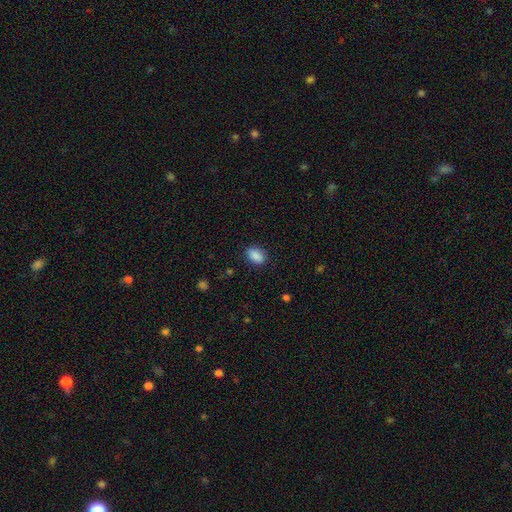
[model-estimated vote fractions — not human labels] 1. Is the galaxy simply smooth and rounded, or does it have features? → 89% smooth, 8% star or artifact, 3% featured or disk.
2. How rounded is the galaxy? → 85% in between, 13% round, 2% cigar-shaped.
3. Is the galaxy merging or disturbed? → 86% none, 10% minor disturbance, 3% major disturbance, 1% merger.